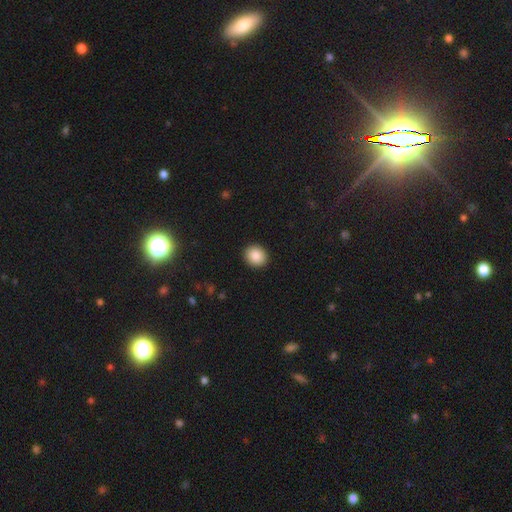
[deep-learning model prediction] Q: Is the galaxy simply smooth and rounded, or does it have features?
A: smooth — 88%.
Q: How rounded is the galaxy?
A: round — 74%.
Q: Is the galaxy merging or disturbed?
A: none — 92%.